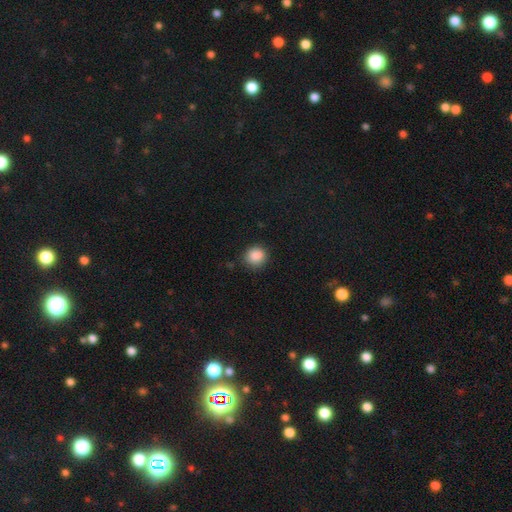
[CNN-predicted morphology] type=smooth (88%); roundness=round (86%); merging=none (84%).